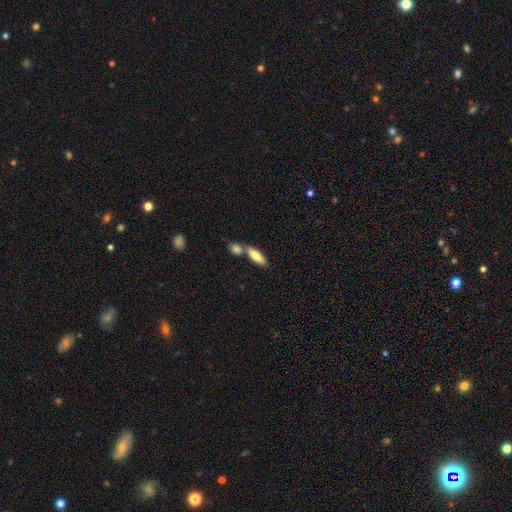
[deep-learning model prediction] Smooth or featured? smooth (77%)
How rounded? in between (60%)
Merging? none (50%)